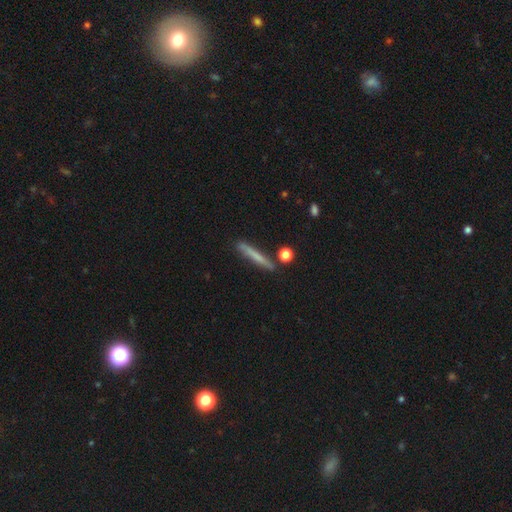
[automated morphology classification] smooth 63%, featured or disk 29%, star or artifact 8%. Down the decision tree: how rounded — cigar-shaped (94%); merging — none (81%).